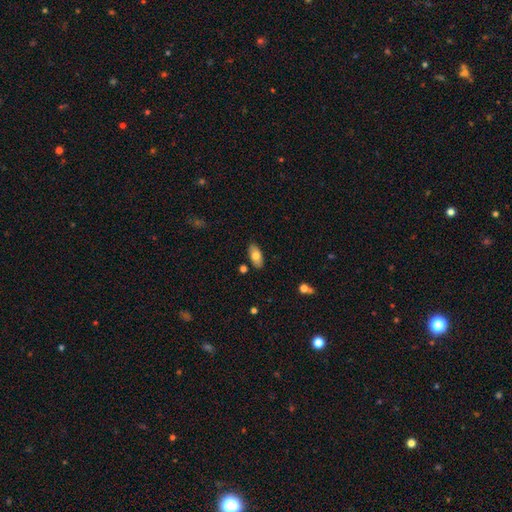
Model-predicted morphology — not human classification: smooth 75%, featured or disk 18%, star or artifact 7%. Down the decision tree: how rounded — in between (92%); merging — none (85%).